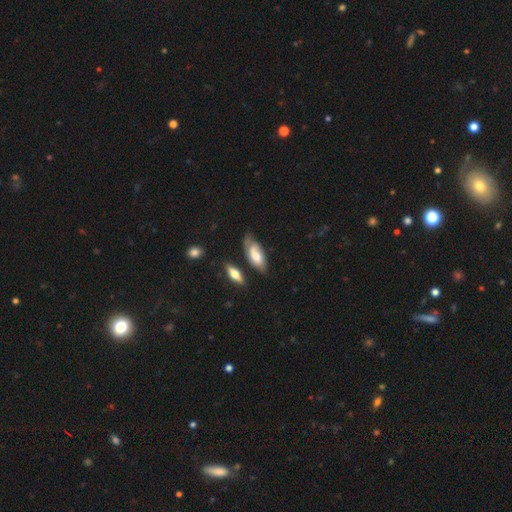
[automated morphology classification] smooth-or-featured: featured or disk: 49% | smooth: 44% | star or artifact: 7%
  merging: none: 52% | minor disturbance: 29% | major disturbance: 11% | merger: 8%